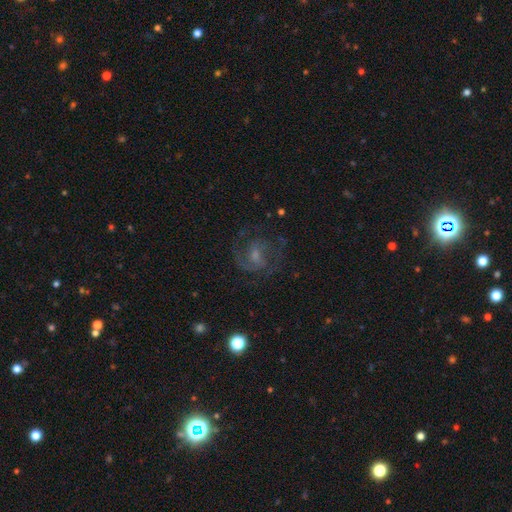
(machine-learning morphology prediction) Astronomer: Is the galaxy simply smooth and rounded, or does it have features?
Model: featured or disk — 78%.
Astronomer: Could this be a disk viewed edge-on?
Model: no — 98%.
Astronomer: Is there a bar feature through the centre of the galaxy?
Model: weak — 52% (runner-up: no, 36%).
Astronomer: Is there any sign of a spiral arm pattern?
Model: yes — 92%.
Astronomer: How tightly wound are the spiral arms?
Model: medium — 54% (runner-up: tight, 30%).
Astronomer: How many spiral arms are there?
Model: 2 — 64%.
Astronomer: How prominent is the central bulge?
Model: small — 46% (runner-up: moderate, 36%).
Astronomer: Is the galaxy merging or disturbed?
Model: none — 67%.